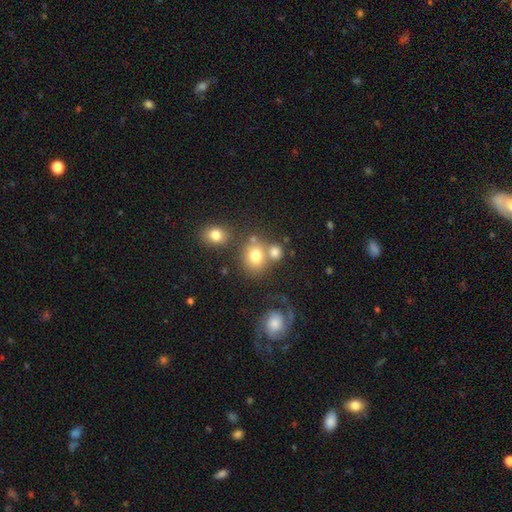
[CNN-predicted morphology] Smooth or featured: smooth — 72% (featured or disk — 14%)
How rounded: round — 67% (in between — 32%)
Merging: none — 52% (merger — 29%)